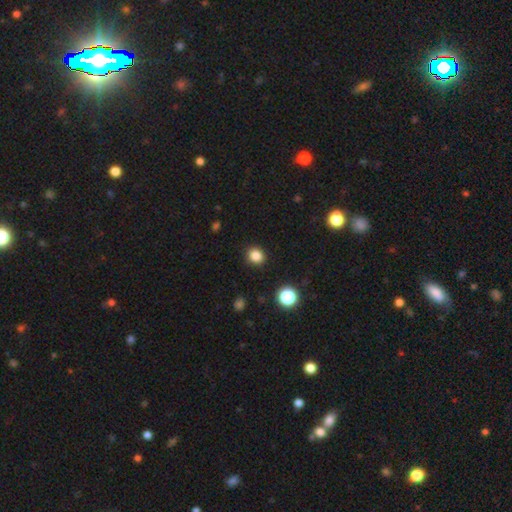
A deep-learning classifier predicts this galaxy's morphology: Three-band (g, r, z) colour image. It shows a smooth galaxy with no disk features (83%) that is round (82%). Merging: none (89%).